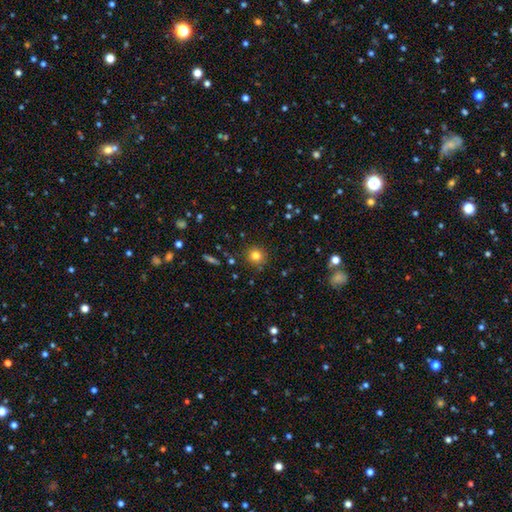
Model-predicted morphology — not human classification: A smooth galaxy with no disk features (79%) that is round (92%). Merging: none (87%).